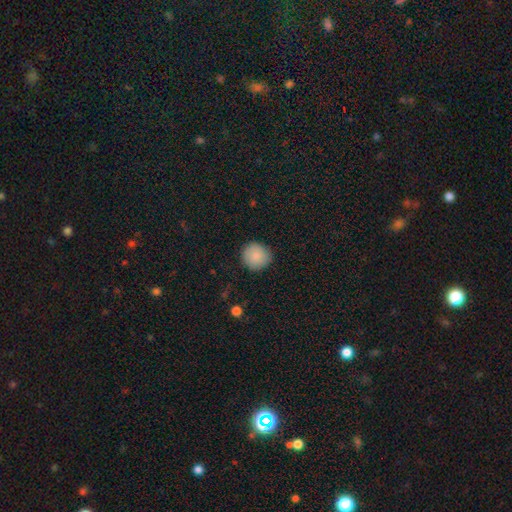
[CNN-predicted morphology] Smooth or featured? smooth (88%)
How rounded? round (93%)
Merging? none (89%)